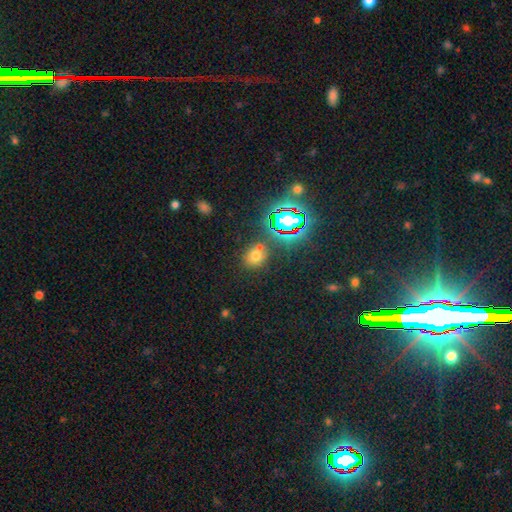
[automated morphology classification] Smooth or featured: smooth — 60% (star or artifact — 29%)
How rounded: round — 63% (in between — 36%)
Merging: none — 65% (merger — 18%)